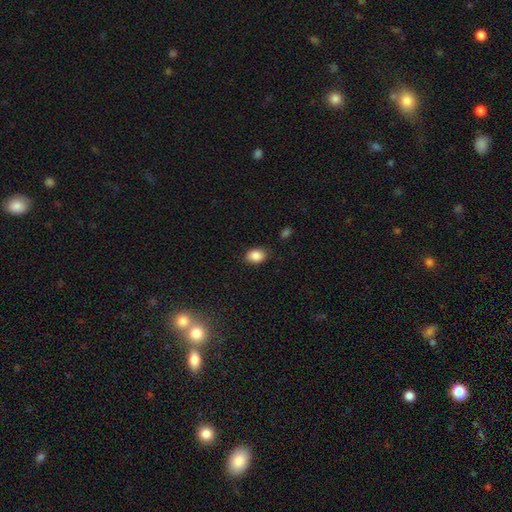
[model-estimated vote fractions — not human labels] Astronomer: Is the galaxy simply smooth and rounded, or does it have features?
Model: smooth — 87%.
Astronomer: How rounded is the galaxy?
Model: in between — 74%.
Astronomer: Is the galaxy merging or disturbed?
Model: none — 84%.